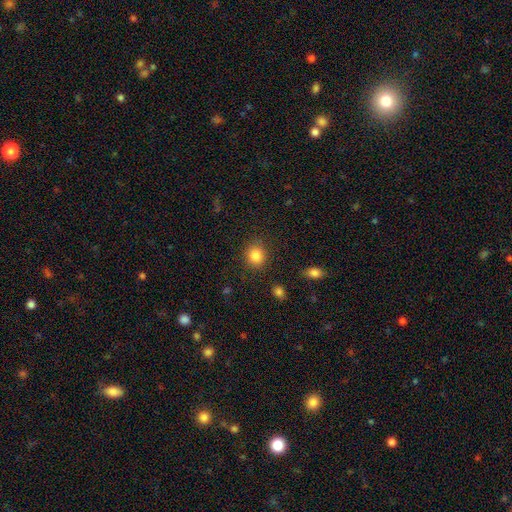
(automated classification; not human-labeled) Overall: smooth (85%). How rounded: round (81%). Merging: none (87%).